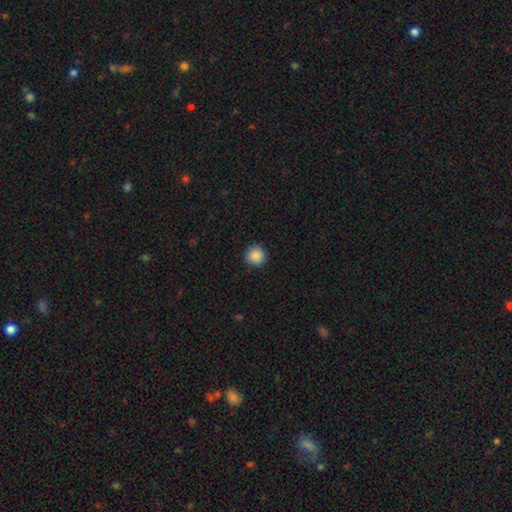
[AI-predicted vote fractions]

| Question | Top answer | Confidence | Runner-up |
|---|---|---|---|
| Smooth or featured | smooth | 89% | star or artifact (9%) |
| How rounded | round | 95% | in between (4%) |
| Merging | none | 91% | minor disturbance (6%) |